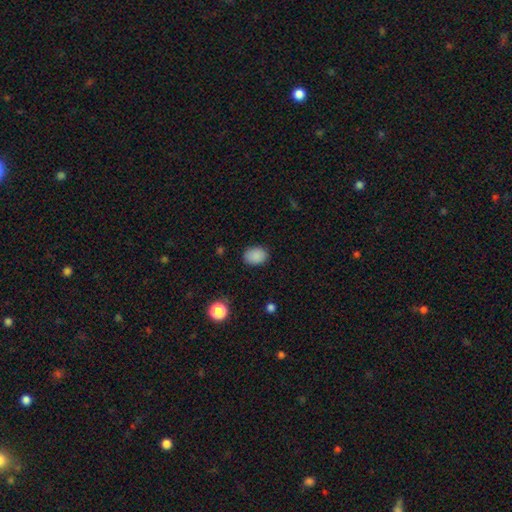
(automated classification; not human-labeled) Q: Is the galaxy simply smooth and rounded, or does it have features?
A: smooth — 88%.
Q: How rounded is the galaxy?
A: in between — 65%.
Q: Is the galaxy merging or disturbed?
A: none — 85%.